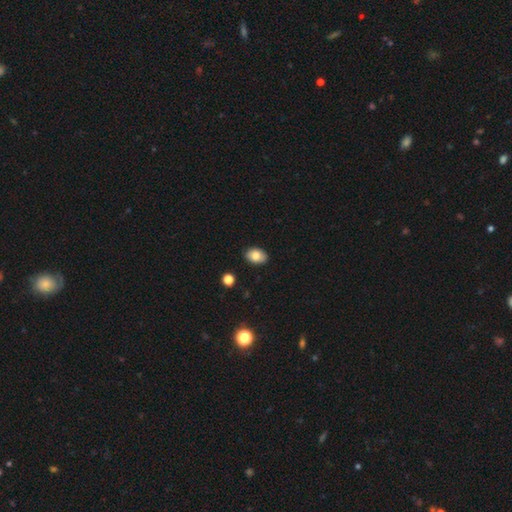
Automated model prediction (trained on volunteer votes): Q: Smooth or featured?
A: smooth (81%); runner-up: featured or disk (10%)
Q: How rounded?
A: in between (82%); runner-up: round (17%)
Q: Merging?
A: none (88%); runner-up: minor disturbance (9%)